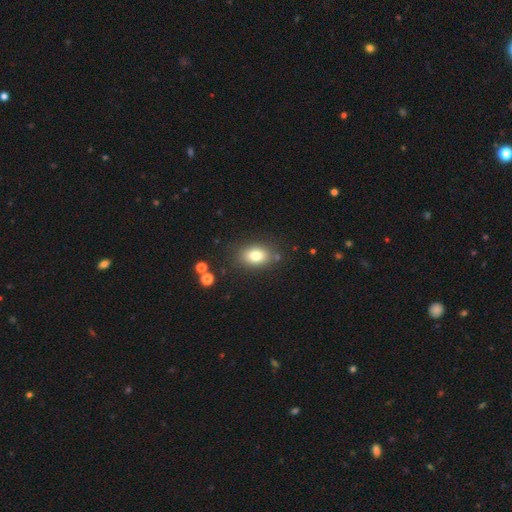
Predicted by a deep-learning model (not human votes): A smooth galaxy with no disk features (79%) that is in between round and cigar-shaped (75%). Merging: none (81%).